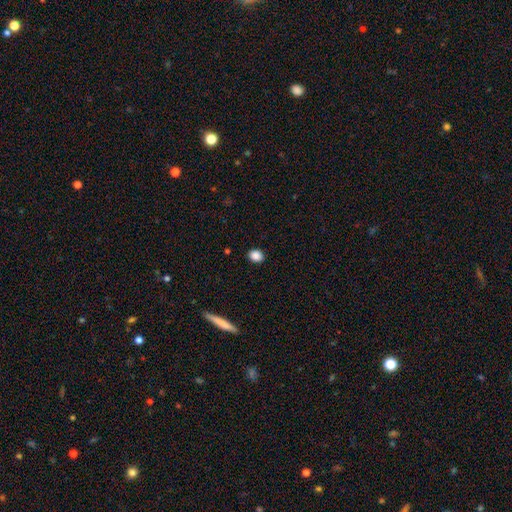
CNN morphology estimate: Q: Smooth or featured?
A: smooth (87%); runner-up: star or artifact (9%)
Q: How rounded?
A: round (51%); runner-up: in between (47%)
Q: Merging?
A: none (90%); runner-up: minor disturbance (7%)